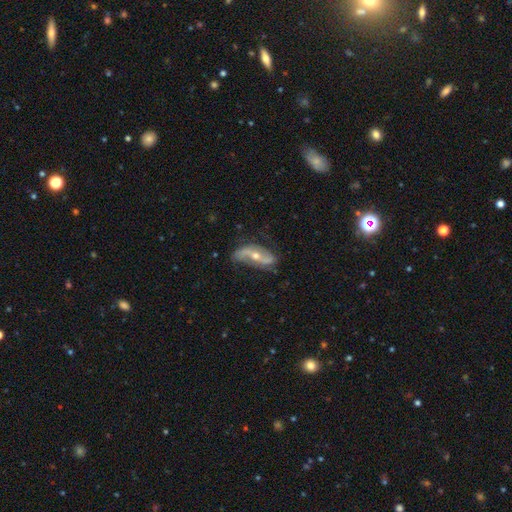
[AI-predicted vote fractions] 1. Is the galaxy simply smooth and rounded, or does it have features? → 82% featured or disk, 12% smooth, 7% star or artifact.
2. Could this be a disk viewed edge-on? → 87% no, 13% yes.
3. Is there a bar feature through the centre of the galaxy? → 42% no, 30% weak, 28% strong.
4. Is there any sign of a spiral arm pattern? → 91% yes, 9% no.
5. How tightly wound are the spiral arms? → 69% loose, 21% medium, 10% tight.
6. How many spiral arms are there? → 90% 2, 4% can't tell, 3% 1, 1% 3, 1% 4, 1% more than 4.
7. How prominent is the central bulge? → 55% moderate, 41% small, 2% large, 1% none, 1% dominant.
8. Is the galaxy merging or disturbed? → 67% none, 22% minor disturbance, 8% major disturbance, 2% merger.